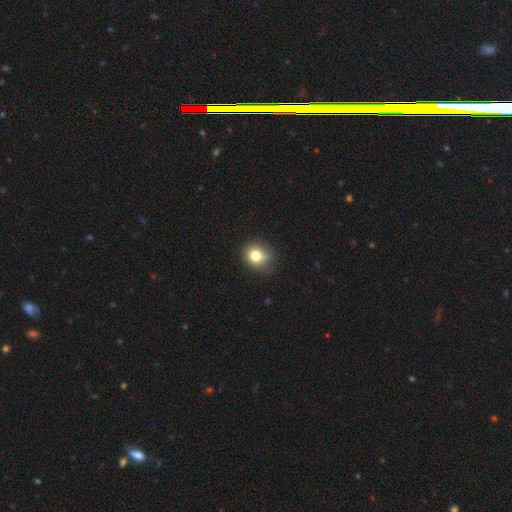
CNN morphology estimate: Smooth or featured? smooth (77%)
How rounded? round (73%)
Merging? none (69%)